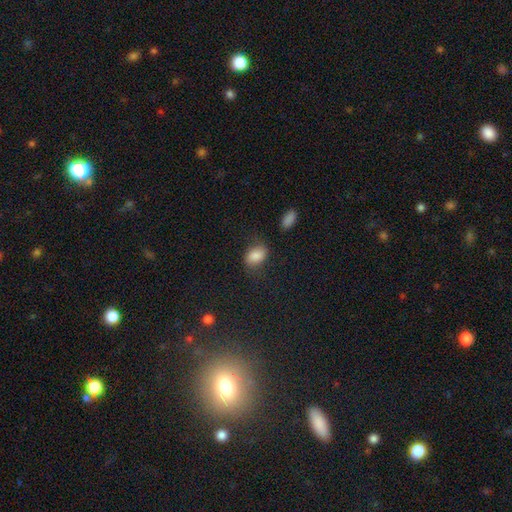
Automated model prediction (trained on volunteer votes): Smooth or featured? Predicted: smooth (p=0.83). How rounded? Predicted: in between (p=0.83). Merging? Predicted: none (p=0.65).